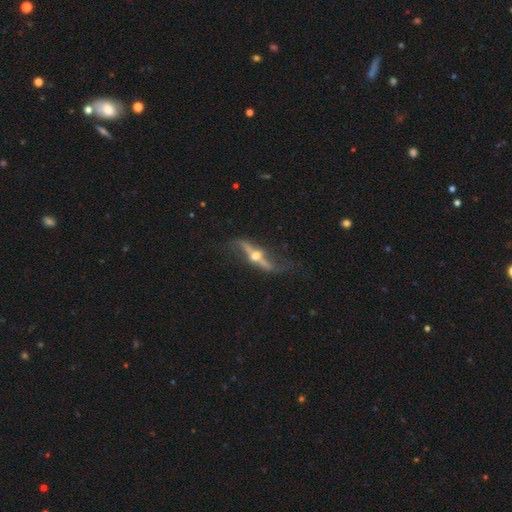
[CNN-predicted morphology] This is clearly a featured or disk galaxy (84%). It is possibly viewed edge-on (58%). Merging: possibly none (54%).